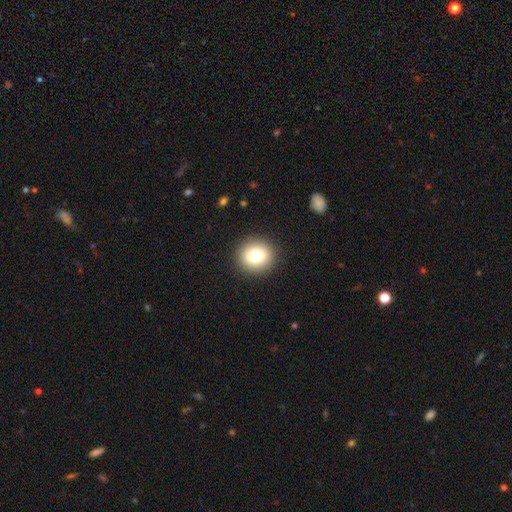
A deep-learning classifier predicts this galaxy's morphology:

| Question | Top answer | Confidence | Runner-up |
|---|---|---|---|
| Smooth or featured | smooth | 77% | featured or disk (12%) |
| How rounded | round | 86% | in between (13%) |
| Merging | none | 91% | minor disturbance (6%) |